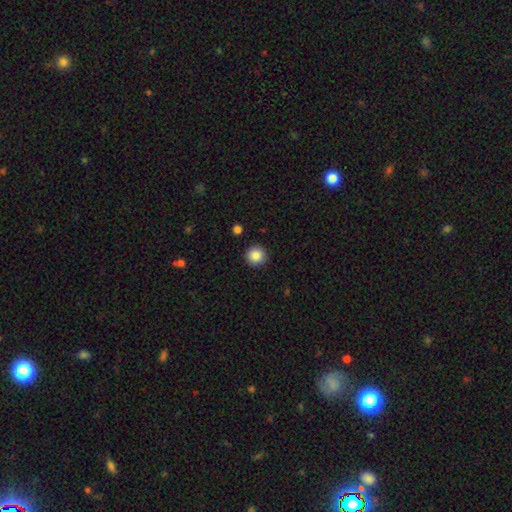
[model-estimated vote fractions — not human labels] A smooth galaxy with no disk features (86%) that is round (95%).

Vote fractions:
- Smooth or featured? smooth: 86% / star or artifact: 9% / featured or disk: 4%
- How rounded? round: 95% / in between: 4% / cigar-shaped: 1%
- Merging? none: 92% / minor disturbance: 5% / major disturbance: 2% / merger: 1%